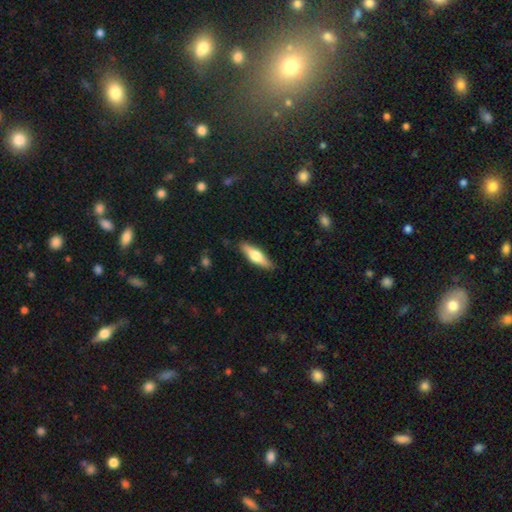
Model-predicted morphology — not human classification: Overall: smooth (54%; featured or disk 40%). How rounded: cigar-shaped (57%; in between 41%). Merging: none (86%).